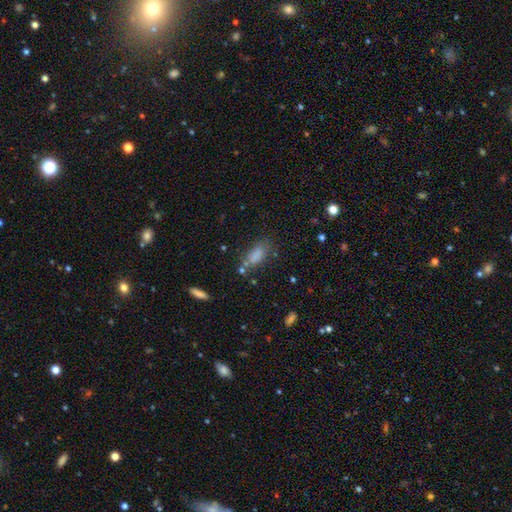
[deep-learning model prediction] Morphology: type=smooth (79%); roundness=in between (83%); merging=none (61%).